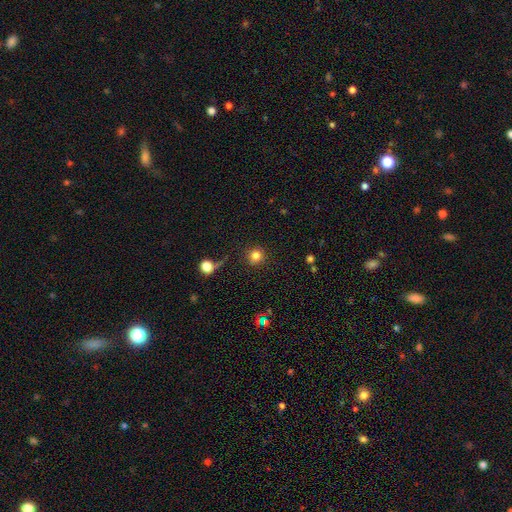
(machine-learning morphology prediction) Overall: smooth (82%). How rounded: round (92%). Merging: none (87%).